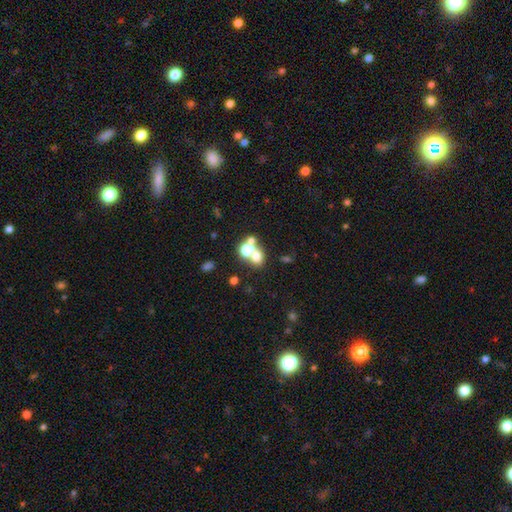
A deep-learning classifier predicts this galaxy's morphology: Smooth or featured? Predicted: smooth (p=0.64). How rounded? Predicted: round (p=0.67). Merging? Predicted: merger (p=0.48).